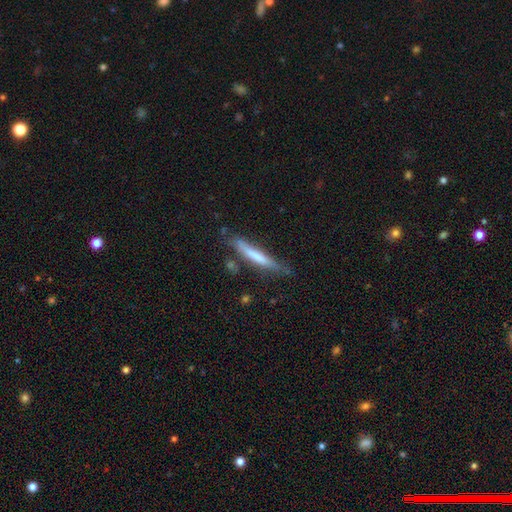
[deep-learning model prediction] Smooth or featured? smooth (58%)
How rounded? cigar-shaped (94%)
Merging? none (69%)